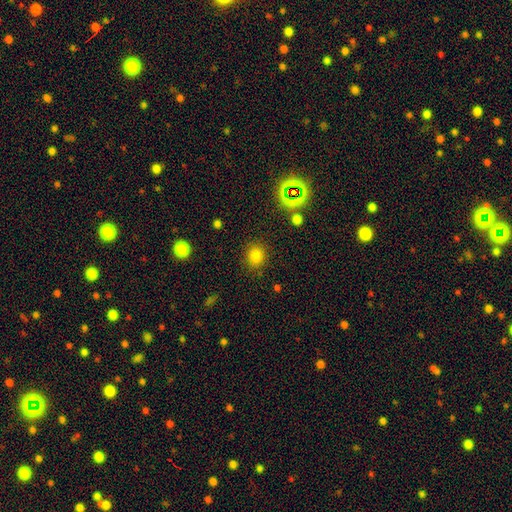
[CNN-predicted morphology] This is likely a smooth galaxy (79%). How rounded: likely round (78%). Merging: clearly none (87%).